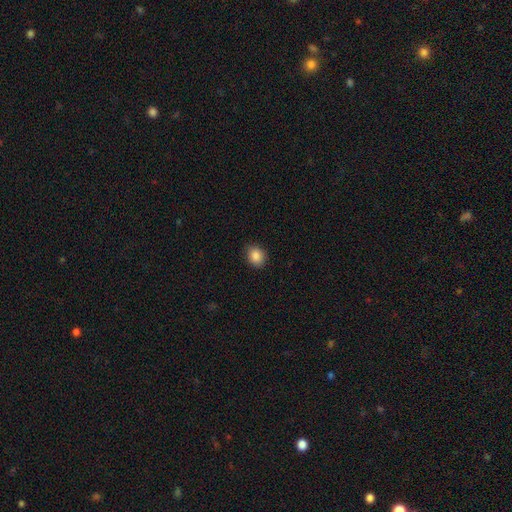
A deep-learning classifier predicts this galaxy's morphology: Smooth or featured?
  - smooth: 87% *
  - star or artifact: 9%
  - featured or disk: 4%
How rounded?
  - round: 56% *
  - in between: 43%
  - cigar-shaped: 1%
Merging?
  - none: 86% *
  - minor disturbance: 11%
  - major disturbance: 2%
  - merger: 1%